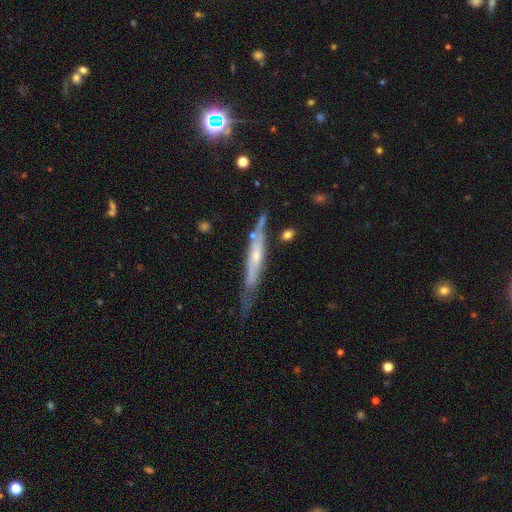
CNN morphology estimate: smooth_or_featured: featured or disk (p=0.69) [alt: smooth p=0.24]
disk_edge_on: yes (p=0.80) [alt: no p=0.20]
edge_on_bulge: rounded (p=0.50) [alt: none p=0.41]
merging: none (p=0.59) [alt: minor disturbance p=0.27]